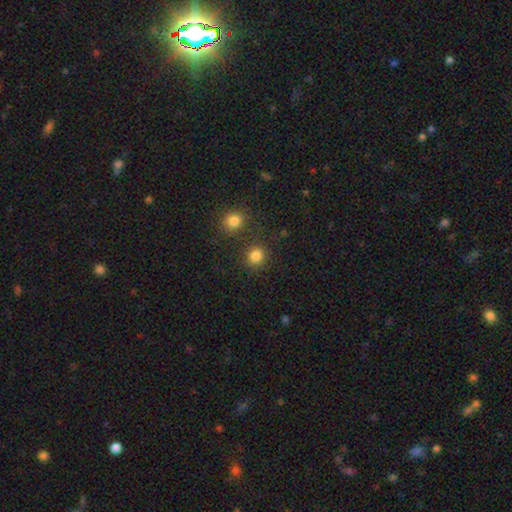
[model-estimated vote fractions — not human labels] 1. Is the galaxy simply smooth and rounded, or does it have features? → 83% smooth, 13% star or artifact, 4% featured or disk.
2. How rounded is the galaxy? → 85% round, 14% in between, 1% cigar-shaped.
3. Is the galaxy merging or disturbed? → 79% none, 9% merger, 8% minor disturbance, 4% major disturbance.